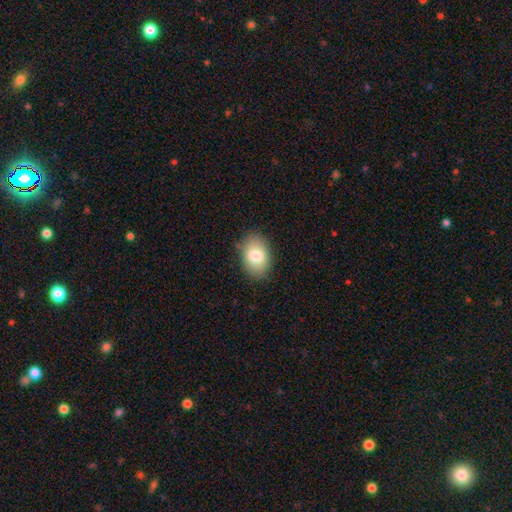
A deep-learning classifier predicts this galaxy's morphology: A smooth galaxy with no disk features (80%) that is in between round and cigar-shaped (85%).

Vote fractions:
- Smooth or featured? smooth: 80% / featured or disk: 12% / star or artifact: 7%
- How rounded? in between: 85% / round: 14% / cigar-shaped: 1%
- Merging? none: 84% / minor disturbance: 12% / major disturbance: 3% / merger: 1%